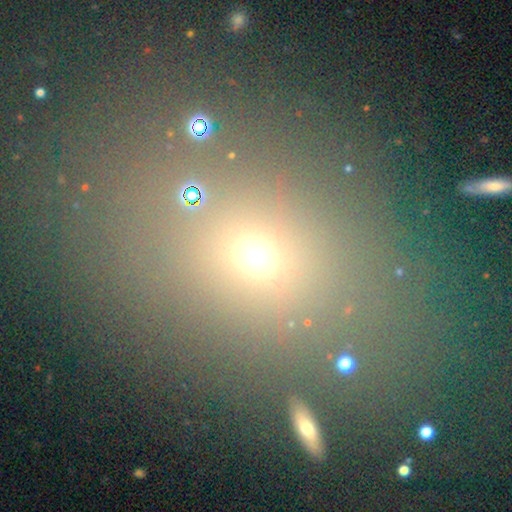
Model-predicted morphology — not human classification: A smooth galaxy with no disk features (63%) that is in between round and cigar-shaped (50%).

Vote fractions:
- Smooth or featured? smooth: 63% / star or artifact: 26% / featured or disk: 11%
- How rounded? in between: 50% / round: 46% / cigar-shaped: 4%
- Merging? none: 72% / minor disturbance: 12% / merger: 10% / major disturbance: 7%